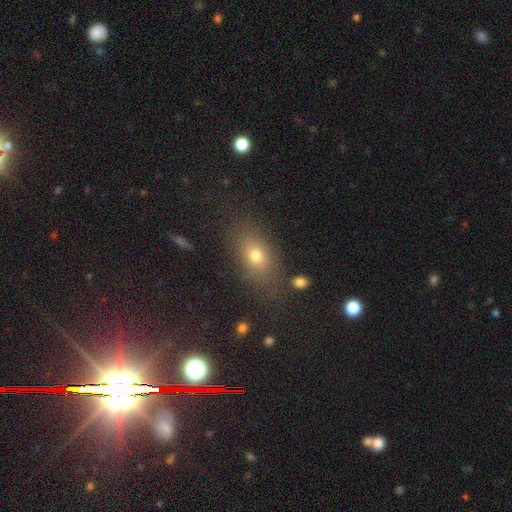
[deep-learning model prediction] This appears to be a smooth galaxy with no disk features (70%) that is in between round and cigar-shaped (72%). Merging: none (77%).